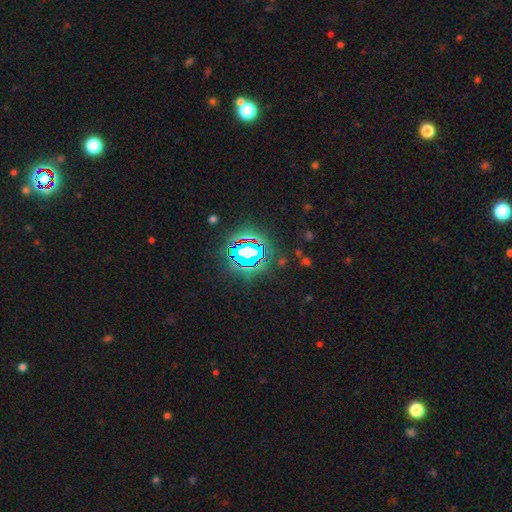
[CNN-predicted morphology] Q: Smooth or featured?
A: star or artifact (81%); runner-up: smooth (11%)